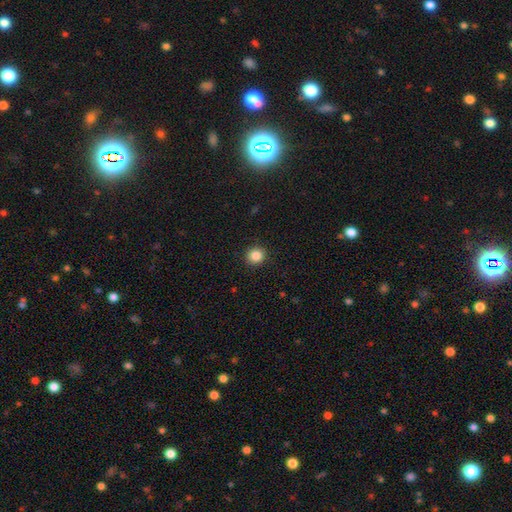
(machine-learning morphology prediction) Smooth or featured: smooth — 85% (star or artifact — 10%)
How rounded: round — 88% (in between — 11%)
Merging: none — 92% (minor disturbance — 5%)